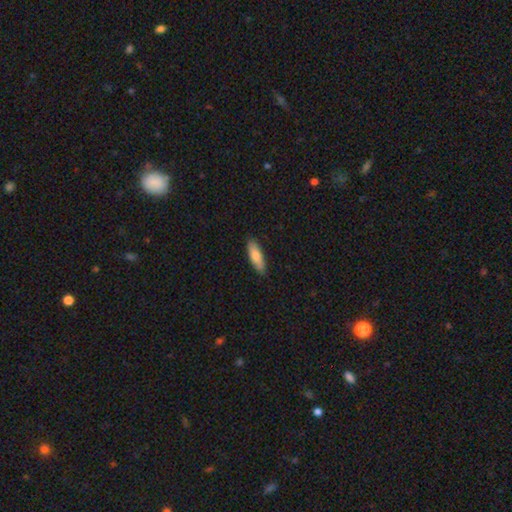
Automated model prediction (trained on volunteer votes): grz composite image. It shows a smooth galaxy with no disk features (78%) that is in between round and cigar-shaped (55%). Merging: none (87%).